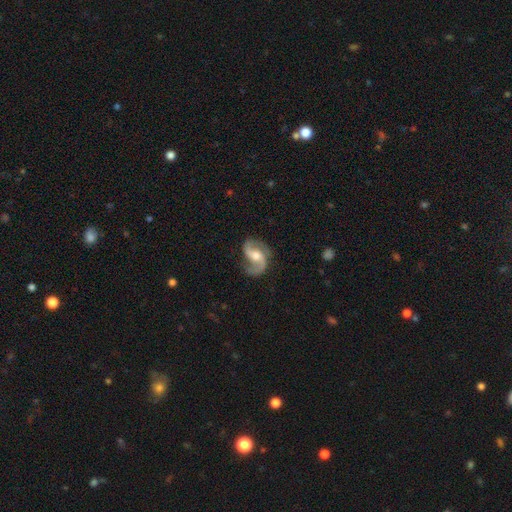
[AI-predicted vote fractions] smooth_or_featured: featured or disk (p=0.88) [alt: smooth p=0.07]
disk_edge_on: no (p=0.98) [alt: yes p=0.02]
bar: weak (p=0.45) [alt: no p=0.37]
has_spiral_arms: yes (p=0.97) [alt: no p=0.03]
spiral_winding: medium (p=0.46) [alt: loose p=0.44]
spiral_arm_count: 2 (p=0.91) [alt: 1 p=0.04]
bulge_size: moderate (p=0.62) [alt: small p=0.22]
merging: none (p=0.71) [alt: minor disturbance p=0.18]